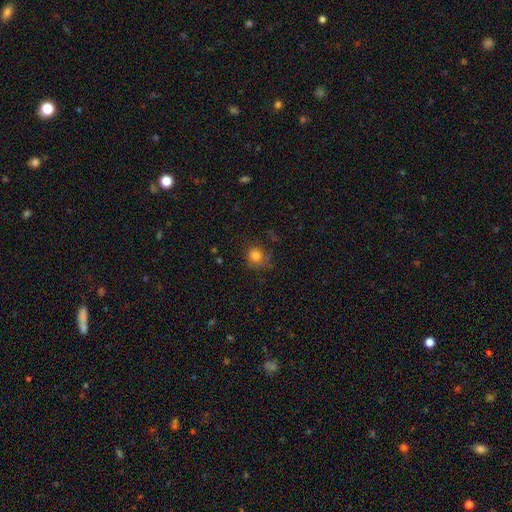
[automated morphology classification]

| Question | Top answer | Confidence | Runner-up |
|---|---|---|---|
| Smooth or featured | smooth | 80% | star or artifact (12%) |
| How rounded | round | 81% | in between (18%) |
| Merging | none | 65% | minor disturbance (23%) |